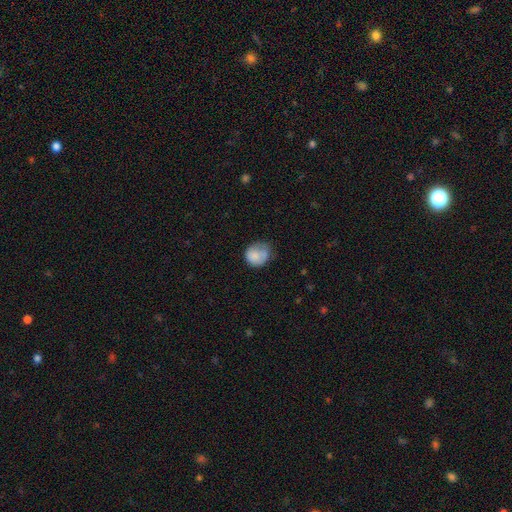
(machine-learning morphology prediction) The model was most divided on "merging": none: 45%, minor disturbance: 34%, major disturbance: 16%, merger: 4%. More confident: smooth or featured — smooth (79%); how rounded — round (72%).